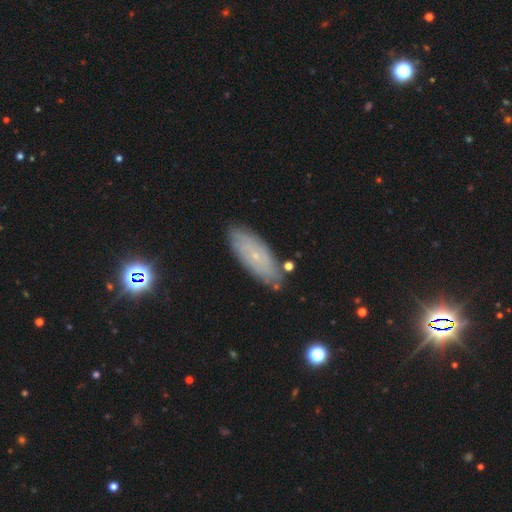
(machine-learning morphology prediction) Smooth or featured? Predicted: smooth (p=0.46). Merging? Predicted: none (p=0.82).